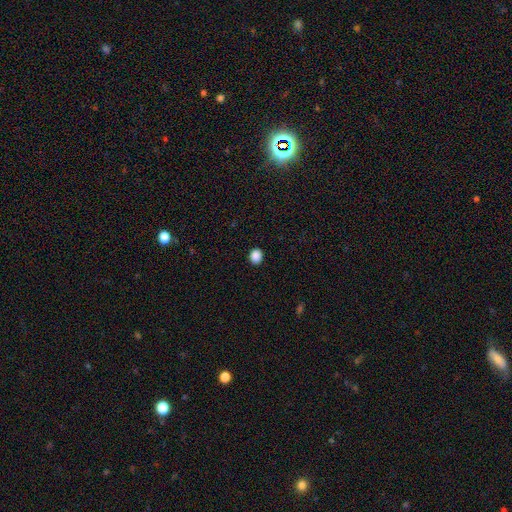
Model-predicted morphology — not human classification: A smooth galaxy with no disk features (88%) that is round (70%).

Vote fractions:
- Smooth or featured? smooth: 88% / star or artifact: 9% / featured or disk: 2%
- How rounded? round: 70% / in between: 29% / cigar-shaped: 1%
- Merging? none: 92% / minor disturbance: 5% / major disturbance: 2% / merger: 1%